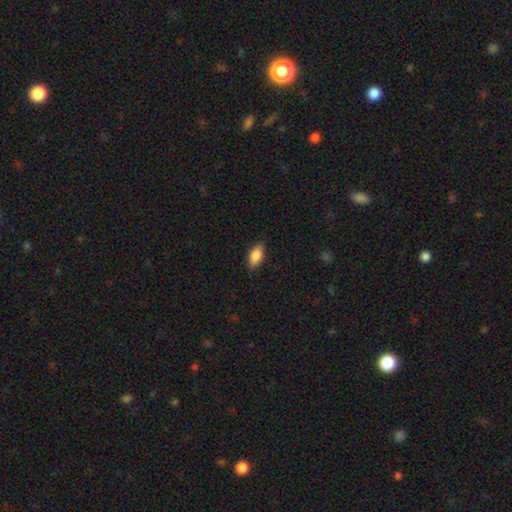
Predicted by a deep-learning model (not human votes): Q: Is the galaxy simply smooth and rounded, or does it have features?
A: smooth — 85%.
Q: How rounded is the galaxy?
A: in between — 89%.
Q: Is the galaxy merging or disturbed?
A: none — 85%.